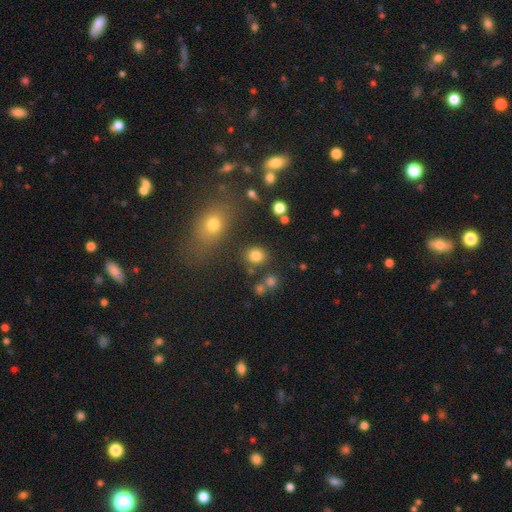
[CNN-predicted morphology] A smooth galaxy with no disk features (81%) that is round (72%).

Vote fractions:
- Smooth or featured? smooth: 81% / star or artifact: 13% / featured or disk: 6%
- How rounded? round: 72% / in between: 27% / cigar-shaped: 1%
- Merging? none: 80% / minor disturbance: 9% / merger: 8% / major disturbance: 4%